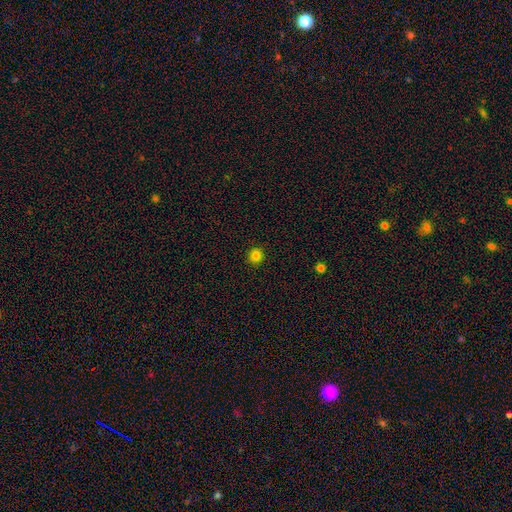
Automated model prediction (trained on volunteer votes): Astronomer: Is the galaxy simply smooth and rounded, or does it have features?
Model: smooth — 83%.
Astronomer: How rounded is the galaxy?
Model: round — 93%.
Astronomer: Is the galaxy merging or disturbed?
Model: none — 92%.